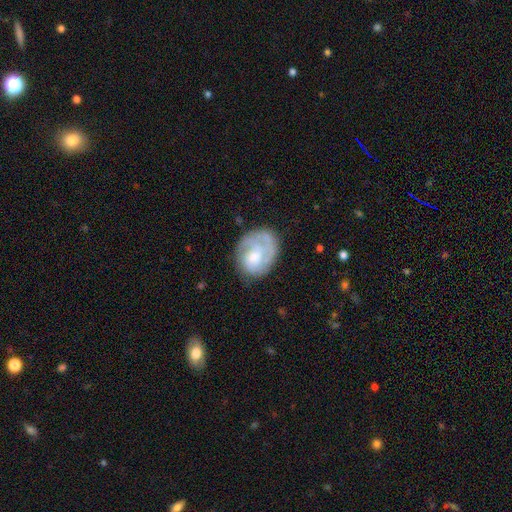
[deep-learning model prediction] A featured or disk galaxy (57%) with no bar (76%), spiral arms (69%) and a moderate central bulge (46%).

Vote fractions:
- Smooth or featured? featured or disk: 57% / smooth: 36% / star or artifact: 7%
- Edge-on disk? no: 97% / yes: 3%
- Bar? no: 76% / weak: 21% / strong: 3%
- Spiral arms? yes: 69% / no: 31%
- Bulge size? moderate: 46% / small: 27% / none: 13% / large: 12% / dominant: 2%
- Merging? none: 60% / minor disturbance: 24% / major disturbance: 14% / merger: 2%